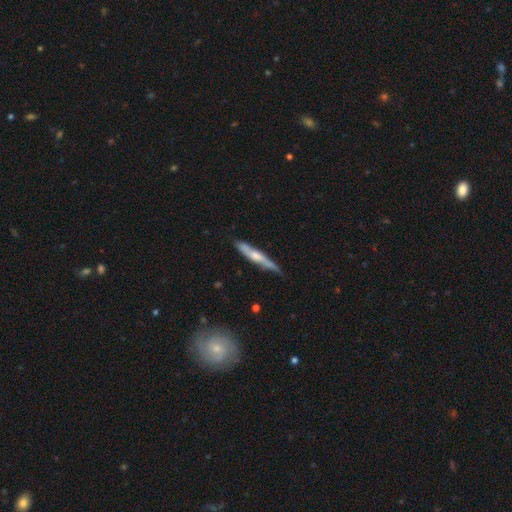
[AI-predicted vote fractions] Smooth or featured?
  - featured or disk: 54% *
  - smooth: 41%
  - star or artifact: 5%
Edge-on disk?
  - yes: 87% *
  - no: 13%
Merging?
  - none: 71% *
  - minor disturbance: 23%
  - major disturbance: 4%
  - merger: 2%